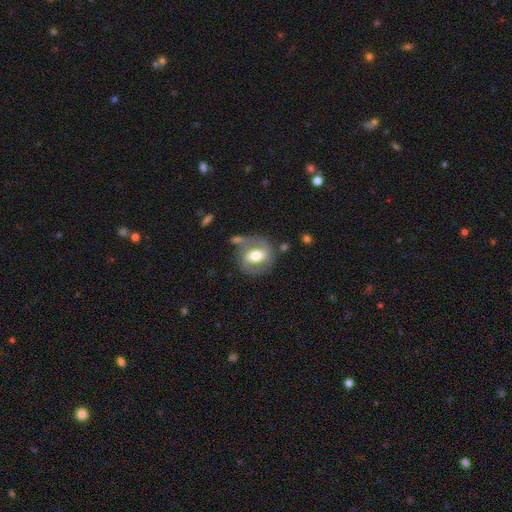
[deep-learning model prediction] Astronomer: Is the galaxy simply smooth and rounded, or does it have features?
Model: featured or disk — 71%.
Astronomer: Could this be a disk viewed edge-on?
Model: no — 96%.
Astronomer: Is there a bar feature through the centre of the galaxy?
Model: weak — 40% (runner-up: strong, 38%).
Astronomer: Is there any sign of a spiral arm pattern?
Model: yes — 80%.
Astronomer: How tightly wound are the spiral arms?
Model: medium — 51% (runner-up: tight, 31%).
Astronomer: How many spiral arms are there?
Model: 2 — 82%.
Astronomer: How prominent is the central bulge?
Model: moderate — 66%.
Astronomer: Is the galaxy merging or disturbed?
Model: none — 65%.